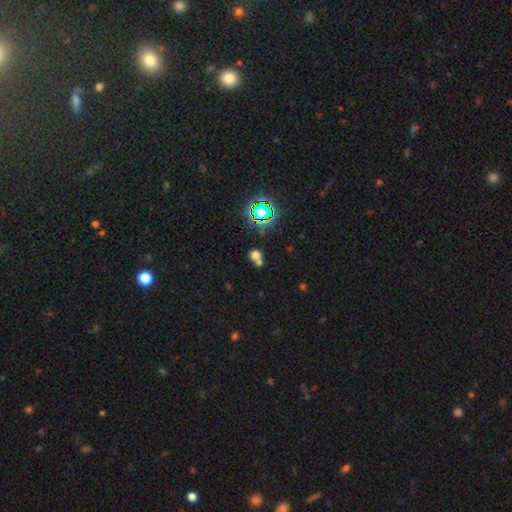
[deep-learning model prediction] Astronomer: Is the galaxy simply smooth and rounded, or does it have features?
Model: smooth — 59%.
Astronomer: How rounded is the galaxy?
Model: round — 77%.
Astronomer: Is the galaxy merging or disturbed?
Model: none — 46% (runner-up: merger, 43%).